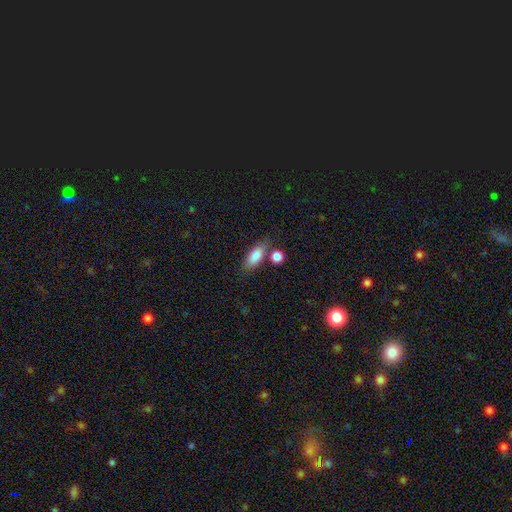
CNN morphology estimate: A smooth galaxy with no disk features (84%) that is in between round and cigar-shaped (78%). Merging: none (64%).